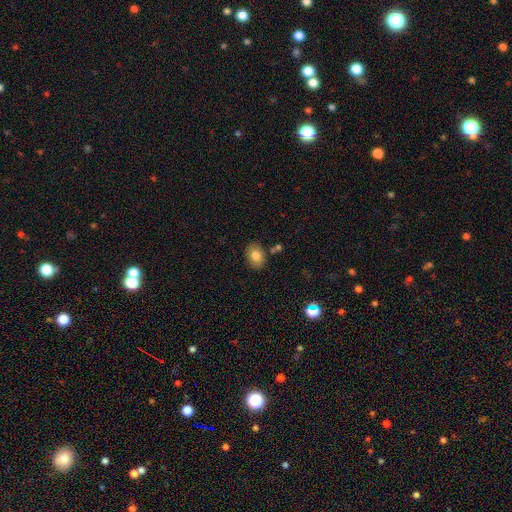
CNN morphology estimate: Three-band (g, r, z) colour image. It shows a smooth galaxy with no disk features (79%) that is in between round and cigar-shaped (77%). Merging: none (81%).